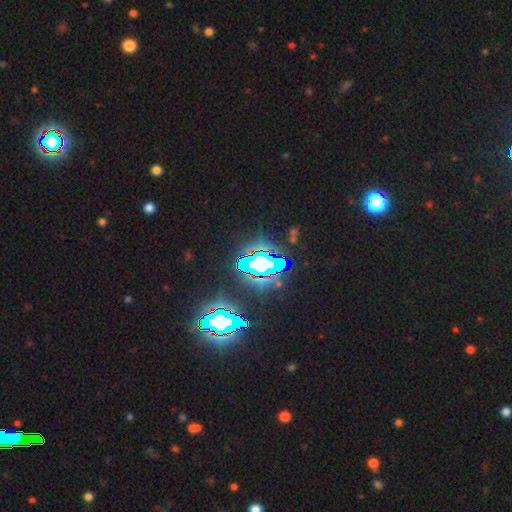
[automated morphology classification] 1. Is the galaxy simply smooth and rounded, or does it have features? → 71% star or artifact, 16% featured or disk, 13% smooth.